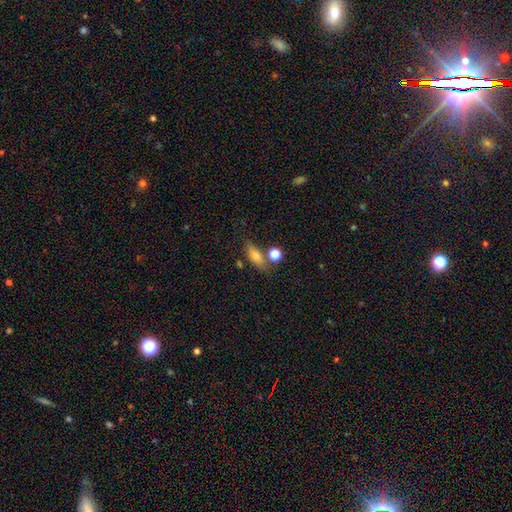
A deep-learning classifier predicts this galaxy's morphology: A smooth galaxy with no disk features (75%) that is in between round and cigar-shaped (70%). Merging: none (60%).